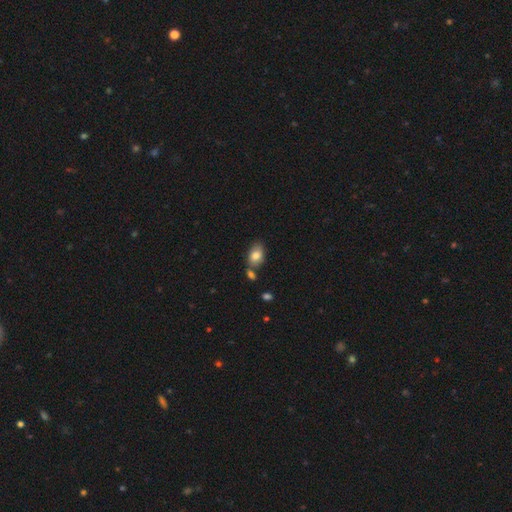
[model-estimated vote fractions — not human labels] This appears to be a smooth galaxy with no disk features (82%) that is in between round and cigar-shaped (85%). Merging: none (63%).